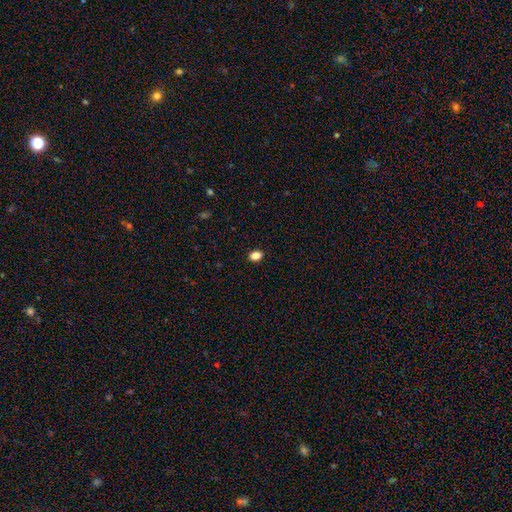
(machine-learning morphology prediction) smooth-or-featured: smooth: 85% | star or artifact: 11% | featured or disk: 4%
  how-rounded: in between: 72% | round: 27% | cigar-shaped: 1%
  merging: none: 90% | minor disturbance: 7% | major disturbance: 2% | merger: 1%